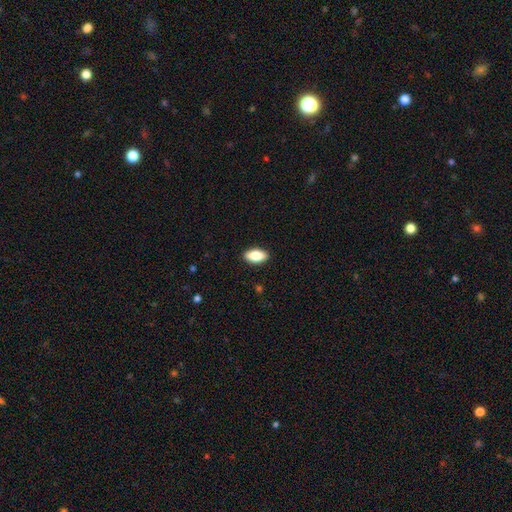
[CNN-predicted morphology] This appears to be a smooth galaxy with no disk features (81%) that is in between round and cigar-shaped (89%). Merging: none (89%).